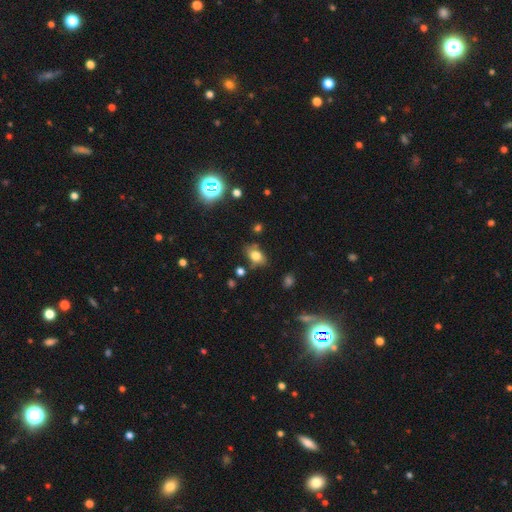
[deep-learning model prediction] A smooth galaxy with no disk features (74%) that is in between round and cigar-shaped (81%).

Vote fractions:
- Smooth or featured? smooth: 74% / star or artifact: 13% / featured or disk: 13%
- How rounded? in between: 81% / round: 17% / cigar-shaped: 2%
- Merging? none: 67% / minor disturbance: 20% / merger: 7% / major disturbance: 6%